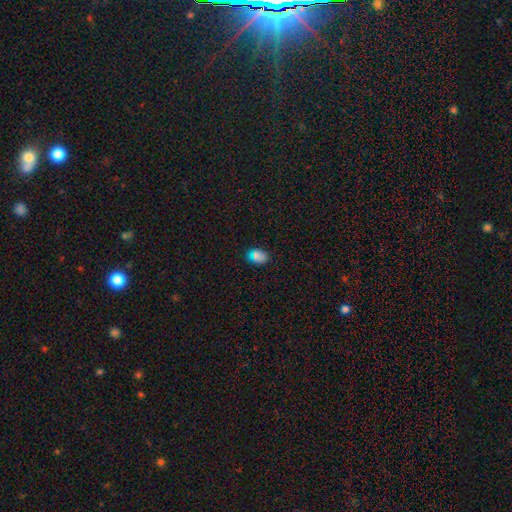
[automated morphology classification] Overall: smooth (75%). How rounded: in between (83%). Merging: none (86%).